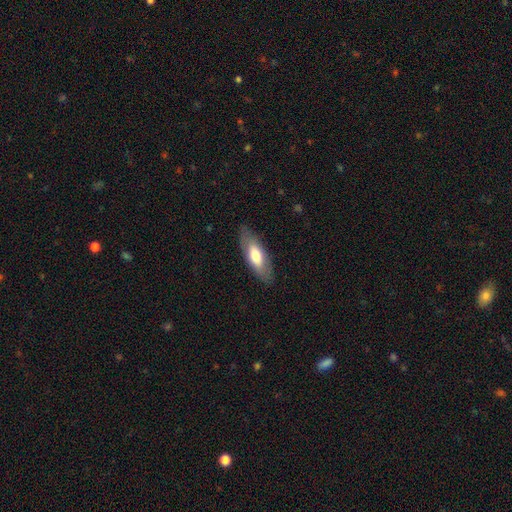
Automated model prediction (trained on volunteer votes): smooth_or_featured: smooth (p=0.64) [alt: featured or disk p=0.30]
how_rounded: in between (p=0.69) [alt: cigar-shaped p=0.29]
merging: none (p=0.84) [alt: minor disturbance p=0.12]